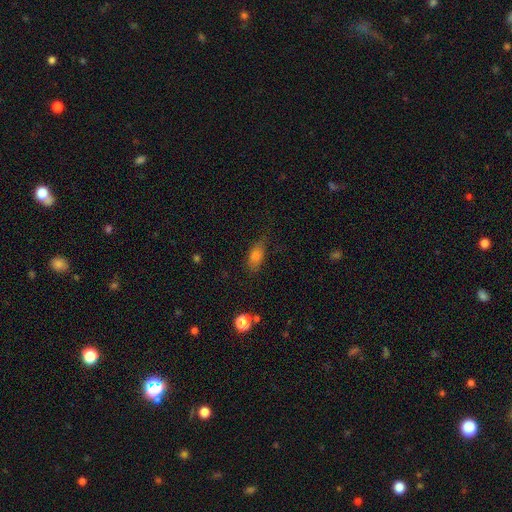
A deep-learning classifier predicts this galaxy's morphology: Smooth or featured?
  - smooth: 75% *
  - featured or disk: 14%
  - star or artifact: 11%
How rounded?
  - in between: 81% *
  - cigar-shaped: 11%
  - round: 7%
Merging?
  - none: 71% *
  - minor disturbance: 21%
  - major disturbance: 6%
  - merger: 2%